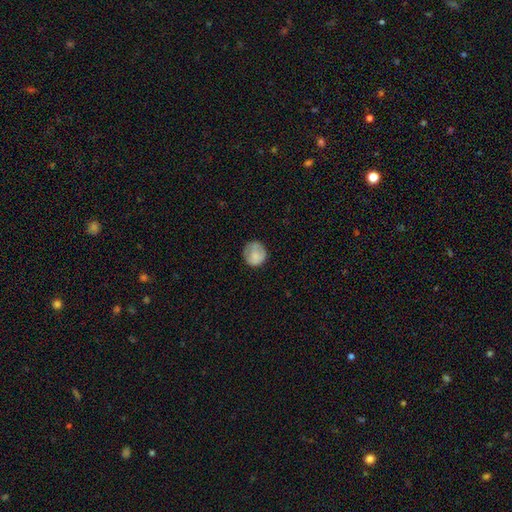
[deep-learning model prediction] smooth_or_featured: smooth (p=0.78) [alt: featured or disk p=0.15]
how_rounded: round (p=0.90) [alt: in between p=0.09]
merging: none (p=0.75) [alt: minor disturbance p=0.18]